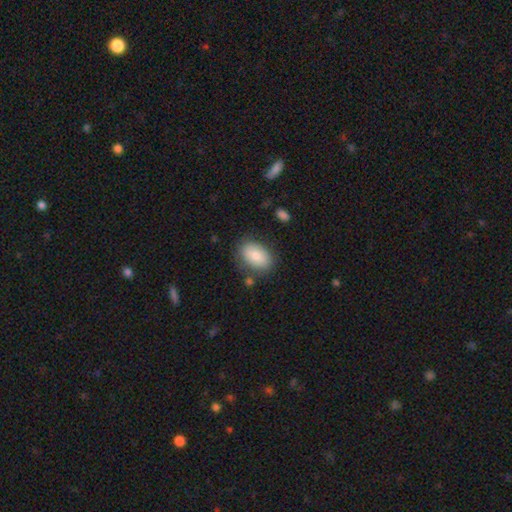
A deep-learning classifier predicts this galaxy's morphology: Smooth or featured?
  - smooth: 82% *
  - featured or disk: 12%
  - star or artifact: 7%
How rounded?
  - in between: 88% *
  - round: 11%
  - cigar-shaped: 1%
Merging?
  - none: 77% *
  - minor disturbance: 15%
  - major disturbance: 5%
  - merger: 3%